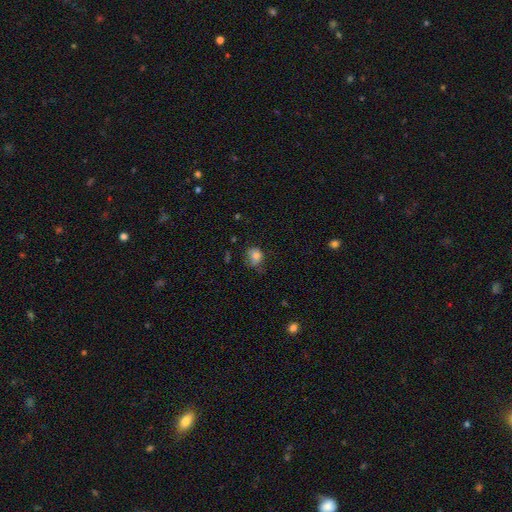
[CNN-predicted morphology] Overall: smooth (79%). How rounded: round (63%; in between 36%). Merging: none (50%; minor disturbance 33%).